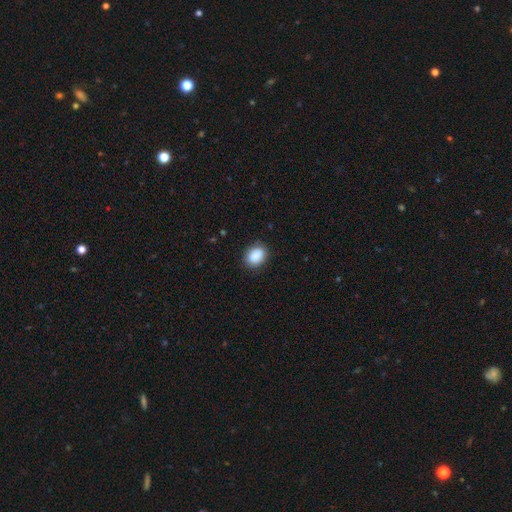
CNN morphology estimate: Smooth or featured?
  - smooth: 89% *
  - star or artifact: 7%
  - featured or disk: 4%
How rounded?
  - in between: 66% *
  - round: 33%
  - cigar-shaped: 1%
Merging?
  - none: 84% *
  - minor disturbance: 12%
  - major disturbance: 3%
  - merger: 1%